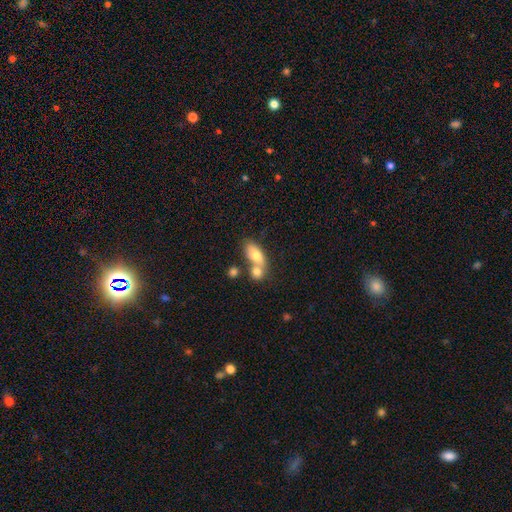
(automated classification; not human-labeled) This is likely a smooth galaxy (73%). How rounded: clearly in between (80%). Merging: possibly merger (53%).